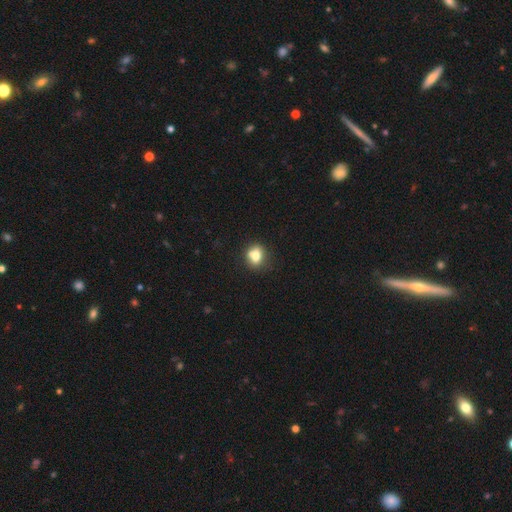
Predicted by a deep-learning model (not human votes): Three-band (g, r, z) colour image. It shows a smooth galaxy with no disk features (73%) that is round (58%). Merging: none (52%).